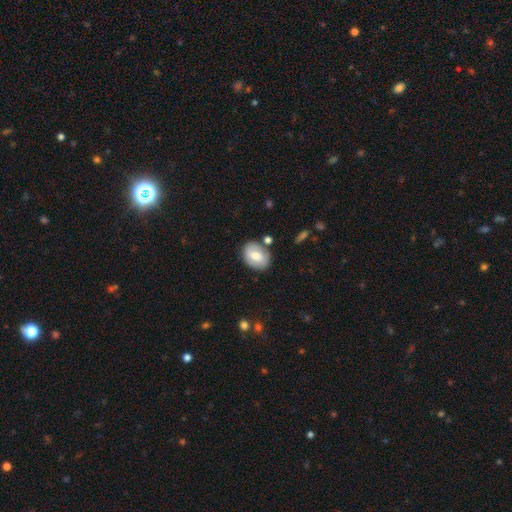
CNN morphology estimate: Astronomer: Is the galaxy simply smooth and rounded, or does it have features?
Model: smooth — 64%.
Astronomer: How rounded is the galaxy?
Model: in between — 69%.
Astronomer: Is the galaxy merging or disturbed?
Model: none — 75%.